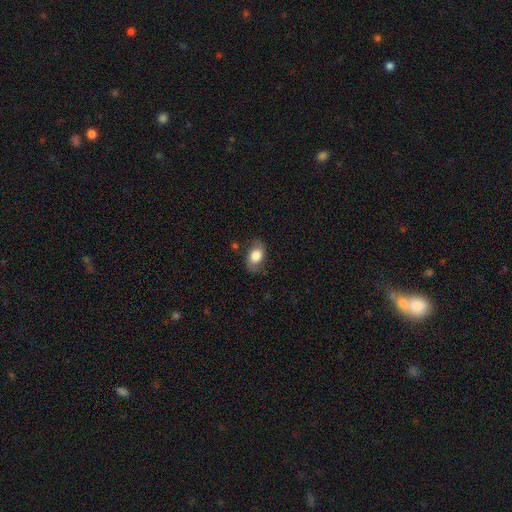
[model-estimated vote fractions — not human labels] smooth-or-featured: smooth: 63% | featured or disk: 29% | star or artifact: 8%
  how-rounded: in between: 83% | round: 15% | cigar-shaped: 2%
  merging: none: 72% | minor disturbance: 20% | major disturbance: 6% | merger: 2%